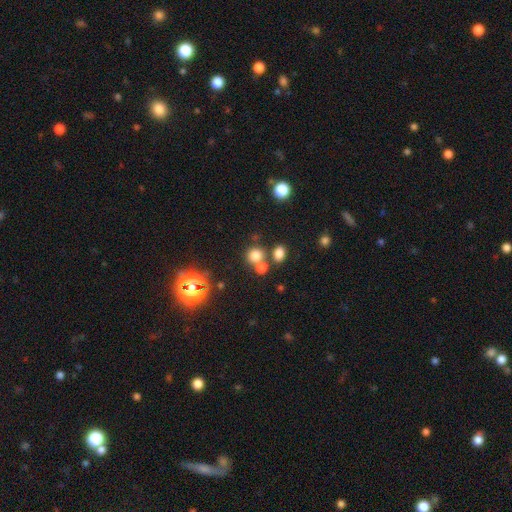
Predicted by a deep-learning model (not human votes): A smooth galaxy with no disk features (74%) that is round (82%).

Vote fractions:
- Smooth or featured? smooth: 74% / star or artifact: 19% / featured or disk: 7%
- How rounded? round: 82% / in between: 17% / cigar-shaped: 1%
- Merging? none: 61% / merger: 27% / minor disturbance: 8% / major disturbance: 4%